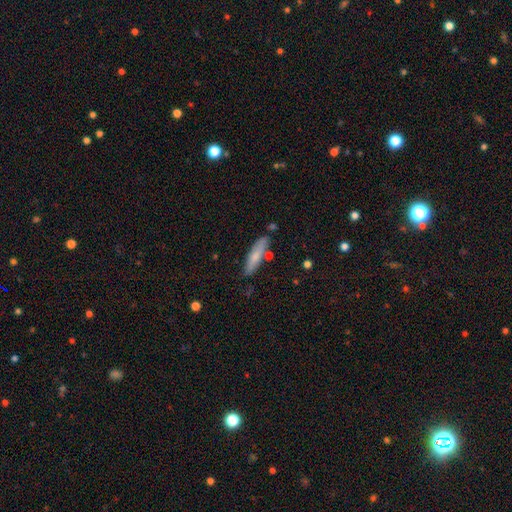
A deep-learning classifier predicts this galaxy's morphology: Overall: smooth (70%). How rounded: cigar-shaped (79%). Merging: none (78%).